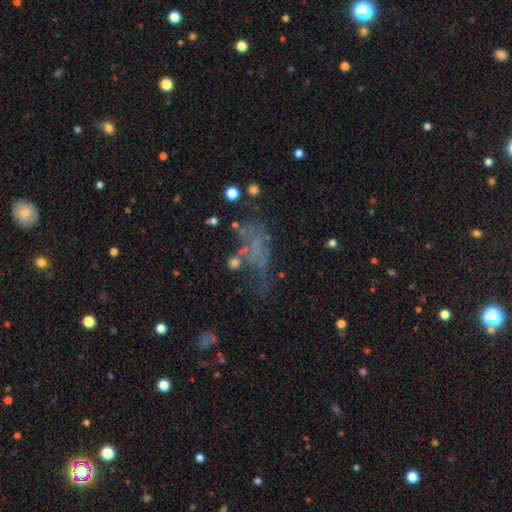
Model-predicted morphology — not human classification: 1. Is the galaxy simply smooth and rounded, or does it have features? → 40% featured or disk, 34% smooth, 26% star or artifact.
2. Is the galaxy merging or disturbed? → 38% major disturbance, 33% none, 18% minor disturbance, 10% merger.